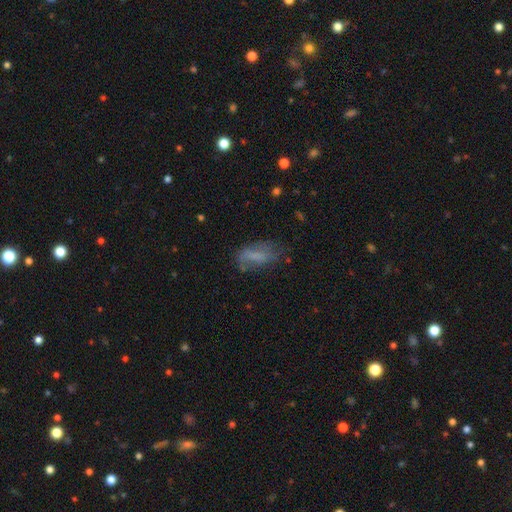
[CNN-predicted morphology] A smooth galaxy with no disk features (60%) that is in between round and cigar-shaped (77%). Merging: none (50%).